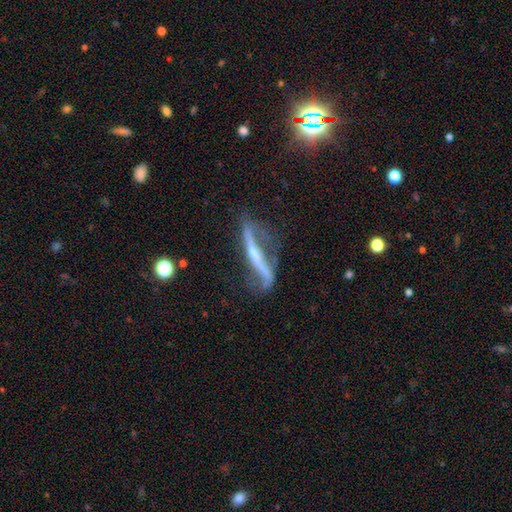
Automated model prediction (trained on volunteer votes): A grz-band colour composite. It shows a featured or disk galaxy (76%) viewed edge-on (71%) with a rounded central bulge (60%). Merging: none (48%).